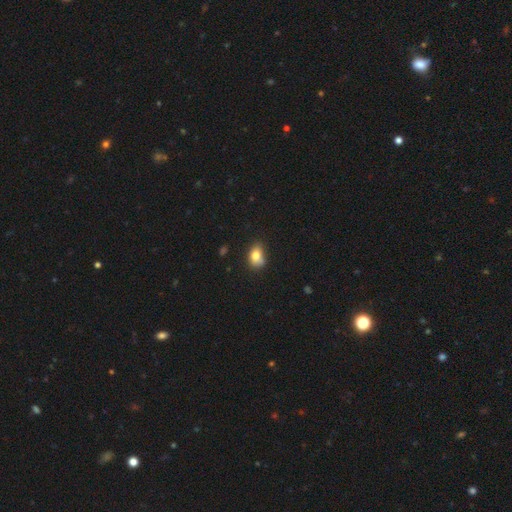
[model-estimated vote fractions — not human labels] Morphology: type=smooth (79%); roundness=in between (71%); merging=none (58%).